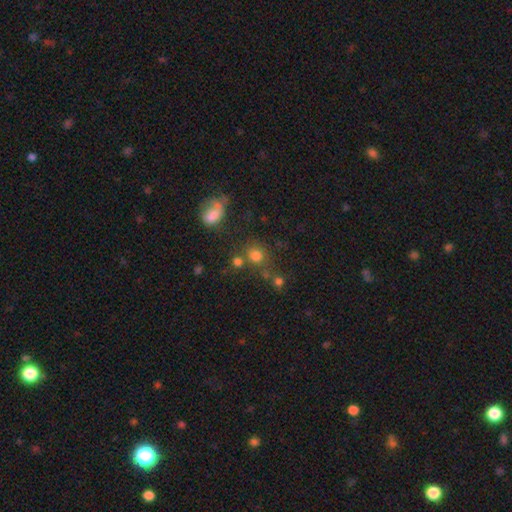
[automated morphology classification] Smooth or featured?
  - smooth: 75% *
  - star or artifact: 17%
  - featured or disk: 8%
How rounded?
  - round: 84% *
  - in between: 15%
  - cigar-shaped: 1%
Merging?
  - none: 63% *
  - merger: 18%
  - minor disturbance: 12%
  - major disturbance: 7%